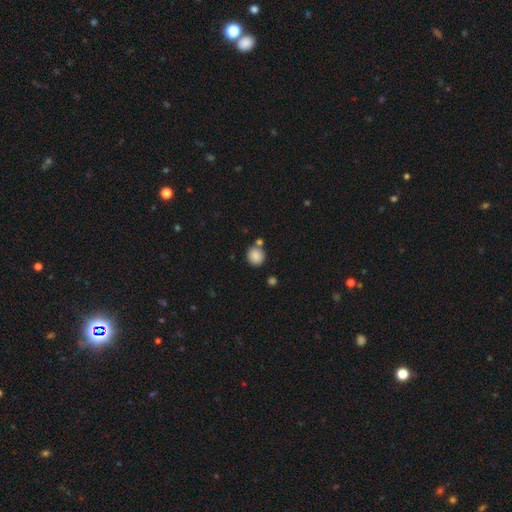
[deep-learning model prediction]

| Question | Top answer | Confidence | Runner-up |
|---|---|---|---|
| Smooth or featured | smooth | 87% | star or artifact (9%) |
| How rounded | round | 83% | in between (16%) |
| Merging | none | 71% | merger (15%) |